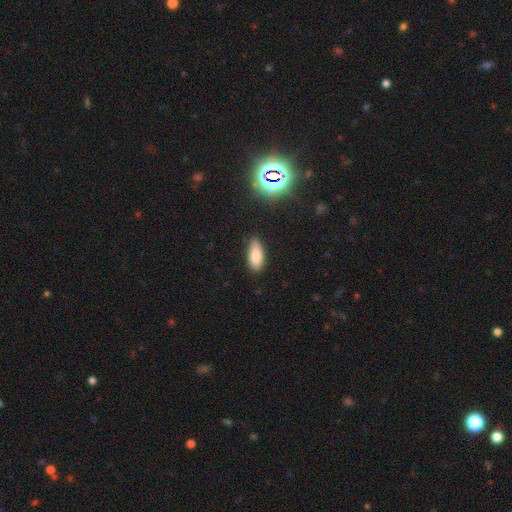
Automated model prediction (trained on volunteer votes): smooth 80%, featured or disk 10%, star or artifact 9%. Down the decision tree: how rounded — in between (82%); merging — none (81%).